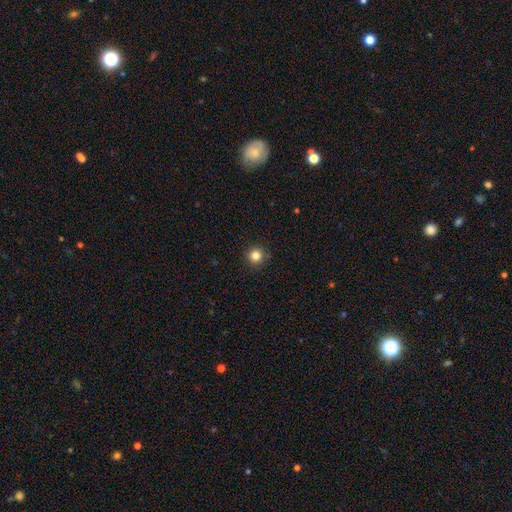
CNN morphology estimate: A smooth galaxy with no disk features (82%) that is round (95%). Merging: none (91%).